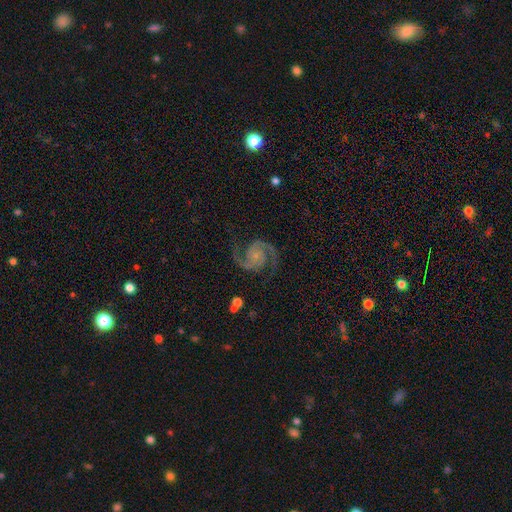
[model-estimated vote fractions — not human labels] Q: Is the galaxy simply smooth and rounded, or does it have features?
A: featured or disk — 93%.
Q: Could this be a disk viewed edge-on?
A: no — 98%.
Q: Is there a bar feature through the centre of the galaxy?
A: no — 73%.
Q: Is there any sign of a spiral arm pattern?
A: yes — 99%.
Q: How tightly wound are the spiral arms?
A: medium — 62%.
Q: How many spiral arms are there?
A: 2 — 94%.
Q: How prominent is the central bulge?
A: small — 71%.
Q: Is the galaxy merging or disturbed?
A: none — 82%.